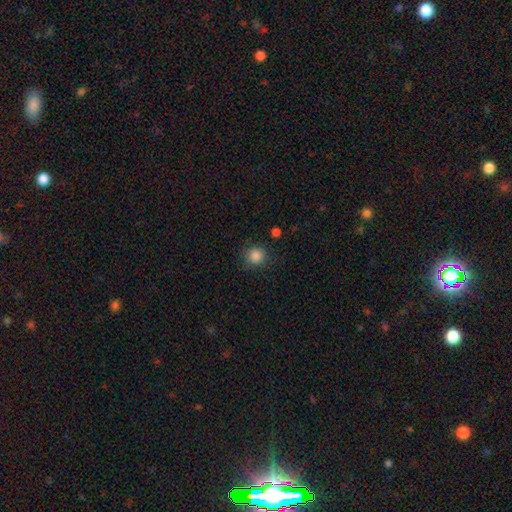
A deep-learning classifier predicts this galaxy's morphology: This appears to be a smooth galaxy with no disk features (86%) that is round (91%). Merging: none (83%).